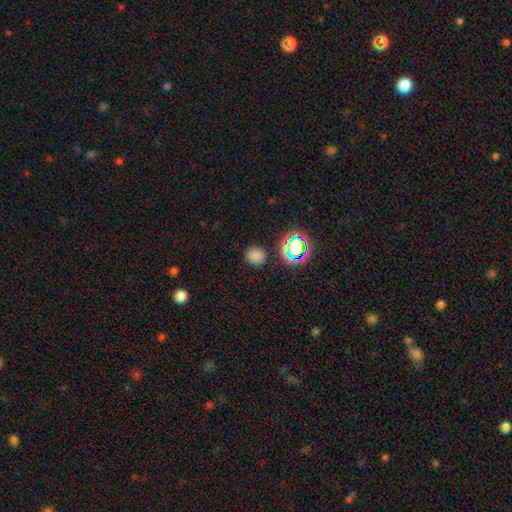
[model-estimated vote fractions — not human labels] Morphology: type=smooth (73%); roundness=round (88%); merging=none (85%).